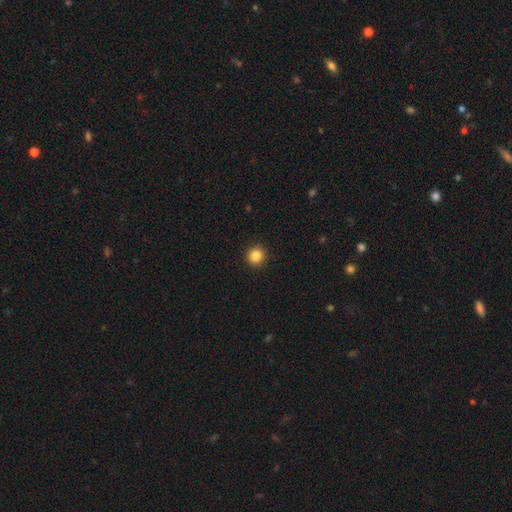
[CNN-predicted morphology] This is clearly a smooth galaxy (86%). How rounded: clearly round (91%). Merging: clearly none (93%).